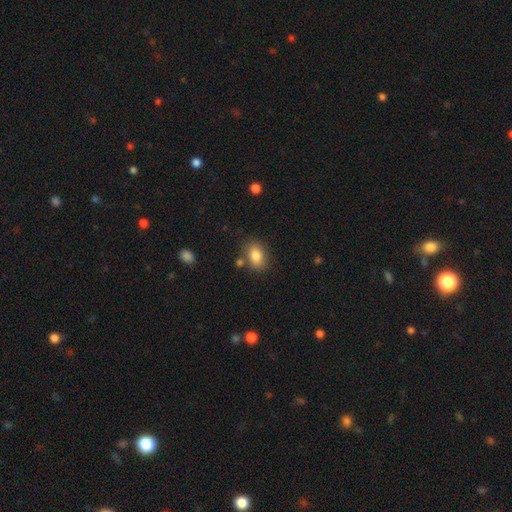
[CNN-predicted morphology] Smooth or featured: smooth — 83% (star or artifact — 9%)
How rounded: in between — 72% (round — 27%)
Merging: none — 78% (minor disturbance — 12%)